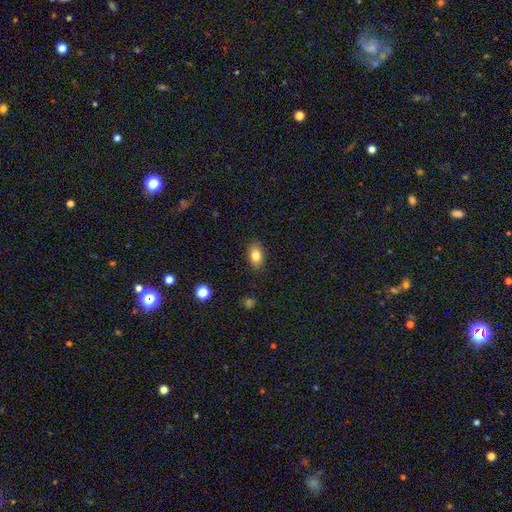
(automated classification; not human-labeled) A smooth galaxy with no disk features (82%) that is in between round and cigar-shaped (87%). Merging: none (87%).